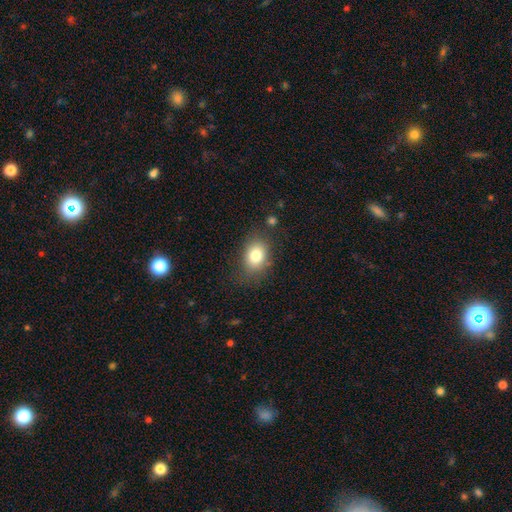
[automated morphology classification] The model was most divided on "how rounded": in between: 70%, round: 29%, cigar-shaped: 1%. More confident: smooth or featured — smooth (80%); merging — none (76%).